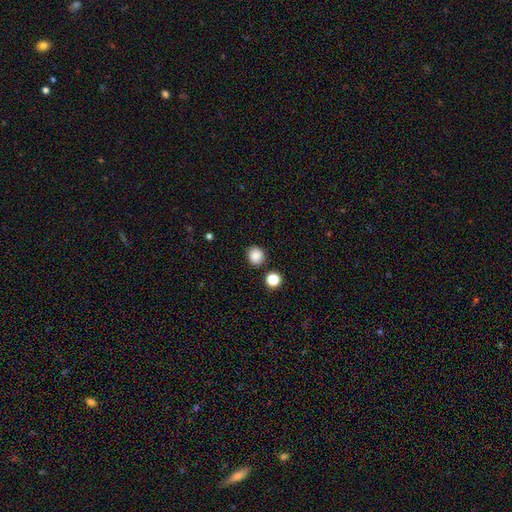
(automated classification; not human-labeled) Q: Smooth or featured?
A: smooth (86%); runner-up: star or artifact (10%)
Q: How rounded?
A: round (87%); runner-up: in between (12%)
Q: Merging?
A: none (86%); runner-up: minor disturbance (8%)